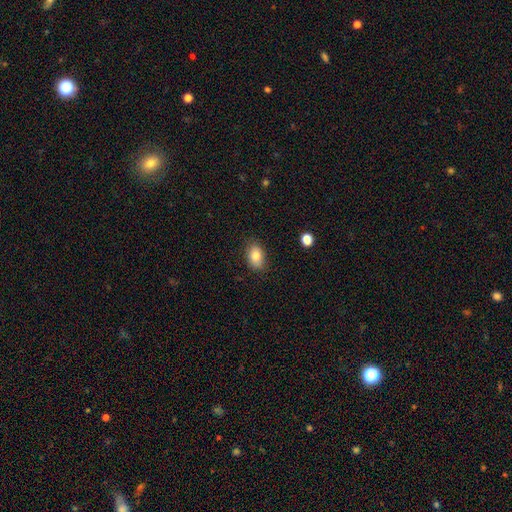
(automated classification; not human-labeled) This appears to be a smooth galaxy with no disk features (82%) that is in between round and cigar-shaped (86%). Merging: none (84%).